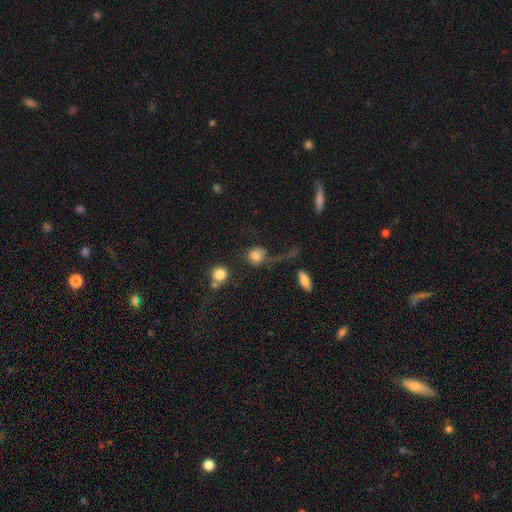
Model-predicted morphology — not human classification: A smooth galaxy with no disk features (73%) that is round (73%). Merging: major disturbance (38%).